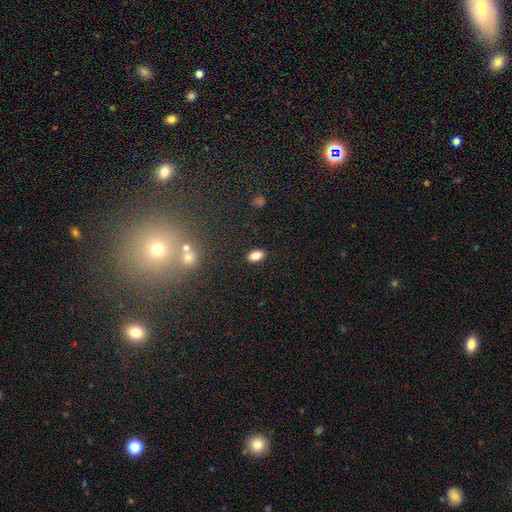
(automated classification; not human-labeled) The model was most divided on "smooth or featured": smooth: 84%, star or artifact: 10%, featured or disk: 7%. More confident: how rounded — in between (90%); merging — none (88%).